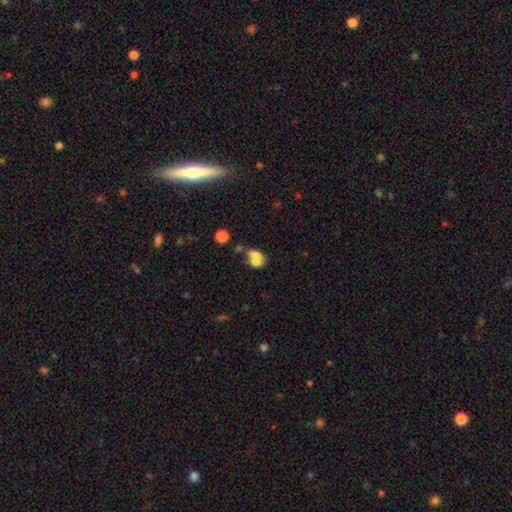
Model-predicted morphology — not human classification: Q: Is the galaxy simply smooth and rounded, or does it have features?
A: smooth — 63%.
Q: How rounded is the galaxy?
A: in between — 63%.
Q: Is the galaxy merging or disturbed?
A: merger — 65%.